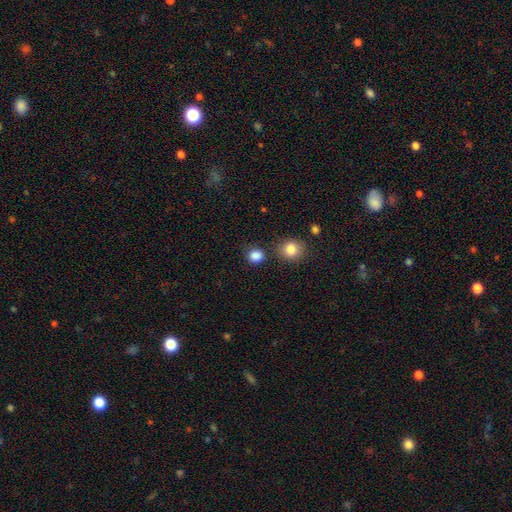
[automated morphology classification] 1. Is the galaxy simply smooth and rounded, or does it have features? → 85% smooth, 11% star or artifact, 3% featured or disk.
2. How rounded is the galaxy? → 81% round, 18% in between, 1% cigar-shaped.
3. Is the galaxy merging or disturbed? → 79% none, 11% minor disturbance, 7% merger, 3% major disturbance.